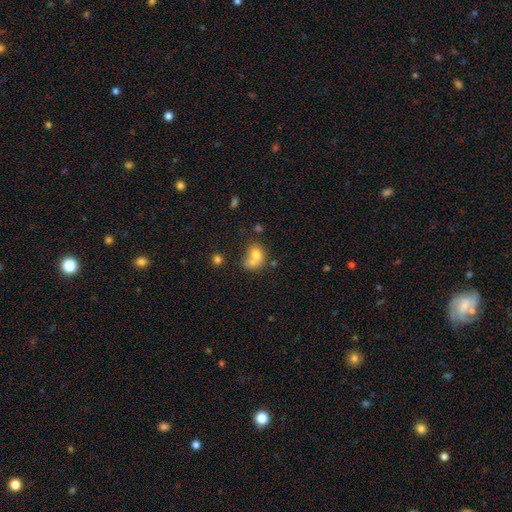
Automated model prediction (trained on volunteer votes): smooth 71%, featured or disk 18%, star or artifact 11%. Down the decision tree: how rounded — round (51%); merging — merger (55%).